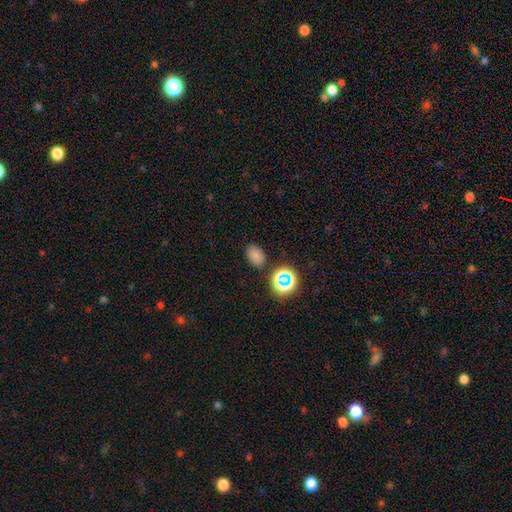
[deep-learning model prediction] The model was most divided on "how rounded": in between: 77%, round: 22%, cigar-shaped: 1%. More confident: merging — none (84%); smooth or featured — smooth (75%).